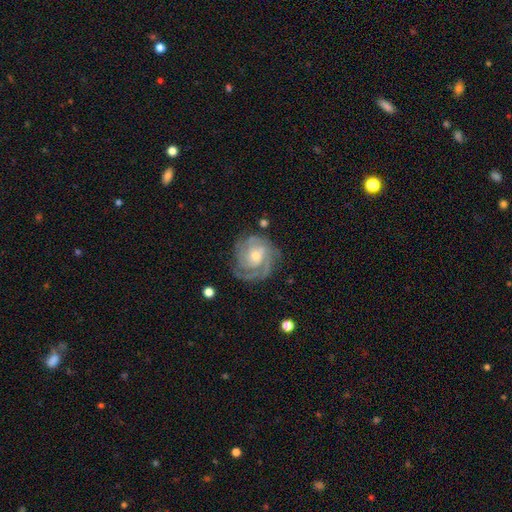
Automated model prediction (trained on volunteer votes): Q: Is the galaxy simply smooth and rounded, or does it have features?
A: featured or disk — 88%.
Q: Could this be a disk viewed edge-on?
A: no — 98%.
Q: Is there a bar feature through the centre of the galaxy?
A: no — 69%.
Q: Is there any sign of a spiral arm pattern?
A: yes — 97%.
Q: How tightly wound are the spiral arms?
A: tight — 69%.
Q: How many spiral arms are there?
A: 3 — 39%.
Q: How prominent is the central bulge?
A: moderate — 54%.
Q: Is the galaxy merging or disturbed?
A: none — 77%.